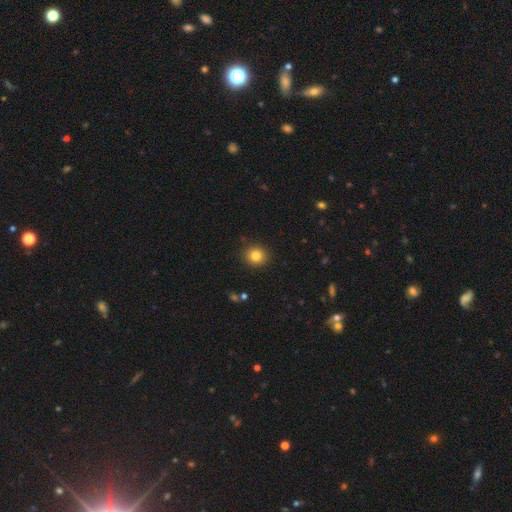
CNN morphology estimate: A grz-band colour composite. It shows a smooth galaxy with no disk features (82%) that is round (86%). Merging: none (90%).